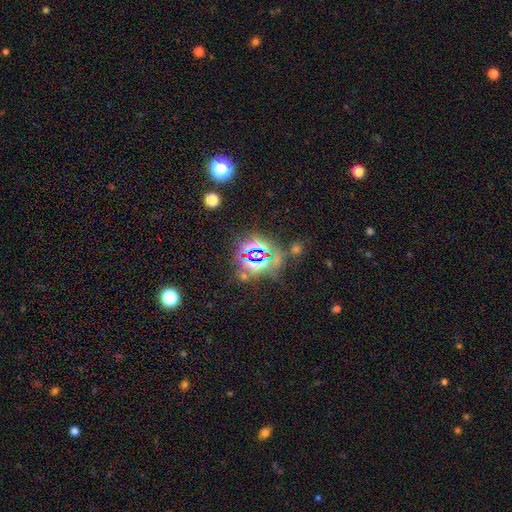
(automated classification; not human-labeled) Overall: star or artifact (78%).